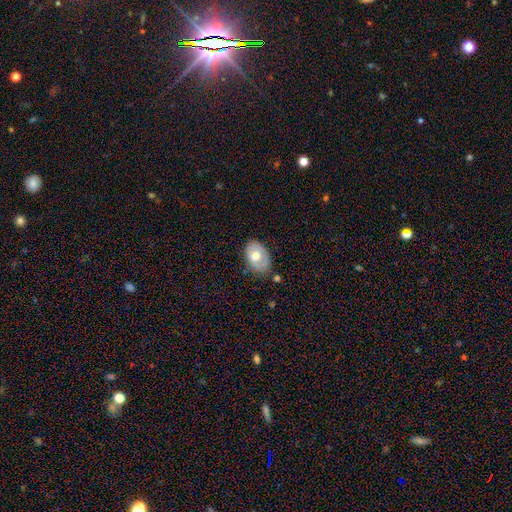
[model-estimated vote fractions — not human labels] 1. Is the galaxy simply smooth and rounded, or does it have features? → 58% smooth, 35% featured or disk, 7% star or artifact.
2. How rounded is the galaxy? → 84% in between, 15% round, 1% cigar-shaped.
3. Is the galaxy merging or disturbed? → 71% none, 21% minor disturbance, 5% major disturbance, 3% merger.